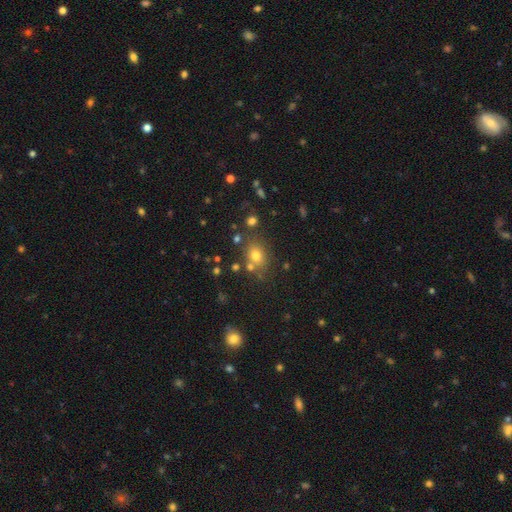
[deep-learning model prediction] A smooth galaxy with no disk features (72%) that is in between round and cigar-shaped (54%). Merging: none (71%).